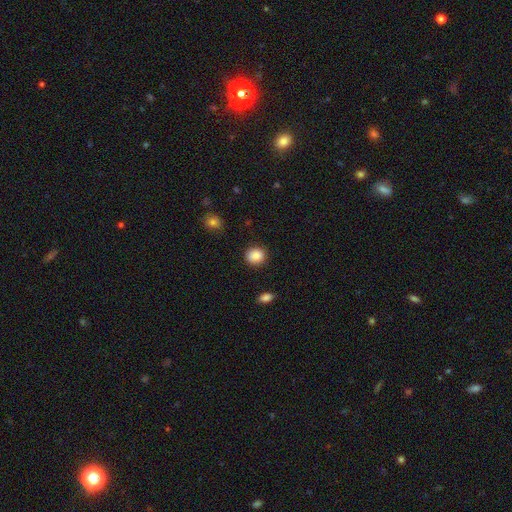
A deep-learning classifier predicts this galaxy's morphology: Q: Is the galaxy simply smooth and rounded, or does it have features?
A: smooth — 88%.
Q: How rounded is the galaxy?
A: round — 78%.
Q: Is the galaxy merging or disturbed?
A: none — 87%.